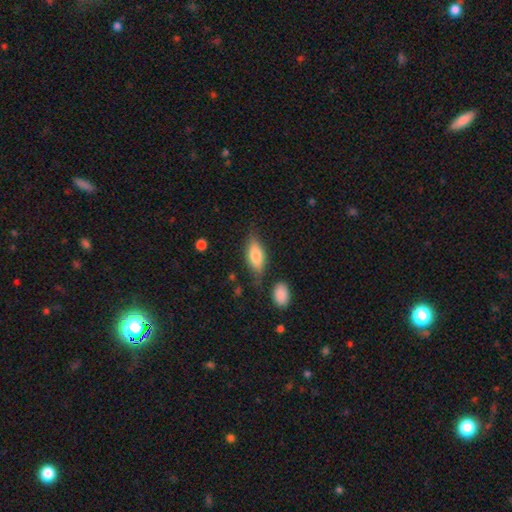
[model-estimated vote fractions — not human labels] Smooth or featured: smooth — 70% (featured or disk — 23%)
How rounded: in between — 75% (cigar-shaped — 22%)
Merging: none — 70% (minor disturbance — 19%)